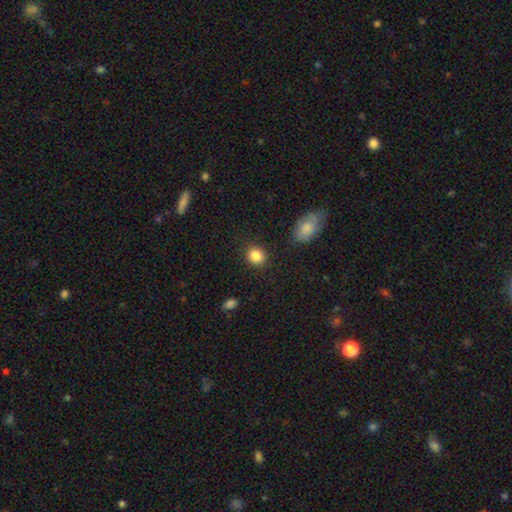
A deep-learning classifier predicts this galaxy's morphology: type=smooth (87%); roundness=round (72%); merging=none (88%).